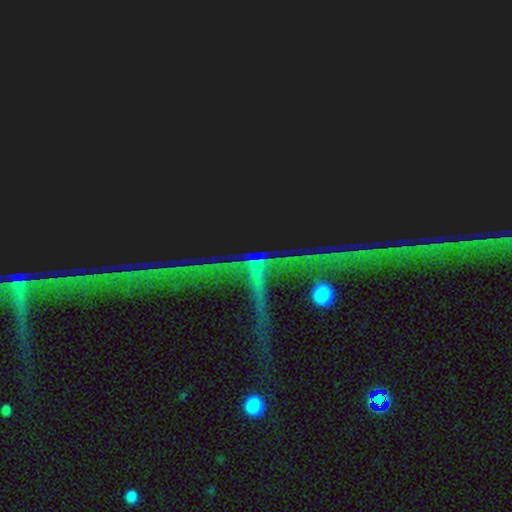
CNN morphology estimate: Smooth or featured? star or artifact (74%)